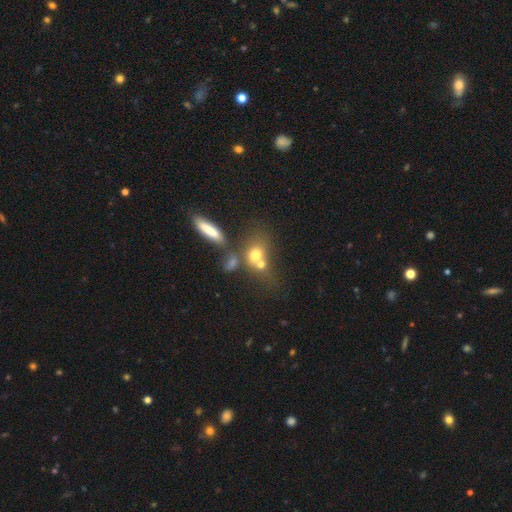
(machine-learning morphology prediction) type=smooth (66%); roundness=round (54%); merging=merger (48%).